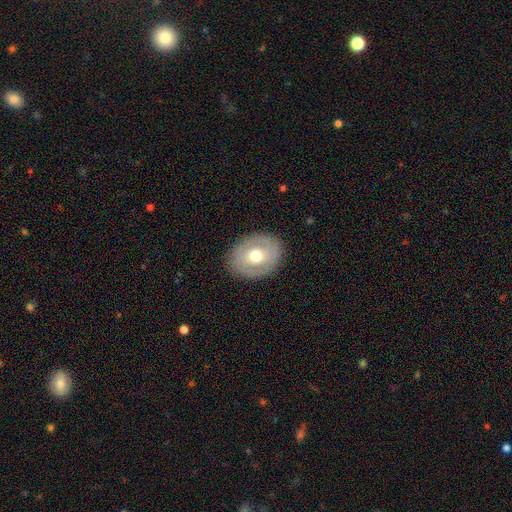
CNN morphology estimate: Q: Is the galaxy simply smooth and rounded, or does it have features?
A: featured or disk — 47%.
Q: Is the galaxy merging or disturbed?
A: none — 84%.